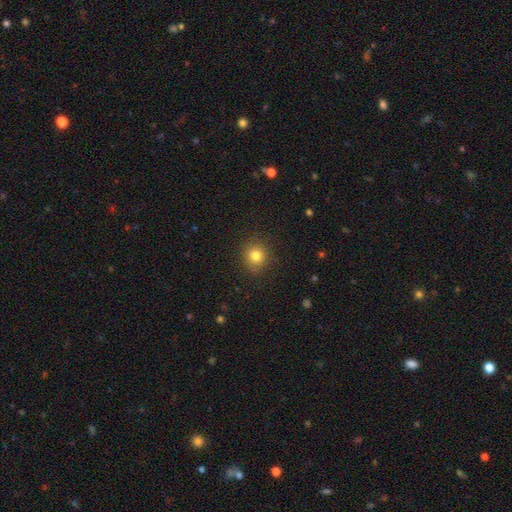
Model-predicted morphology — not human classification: A smooth galaxy with no disk features (80%) that is round (89%). Merging: none (89%).